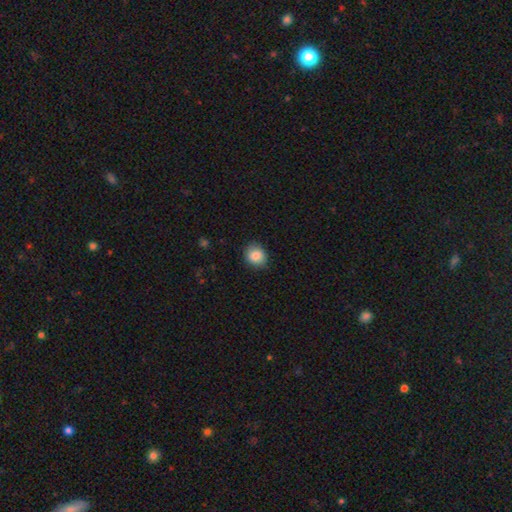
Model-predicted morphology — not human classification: A smooth galaxy with no disk features (87%) that is round (75%). Merging: none (83%).